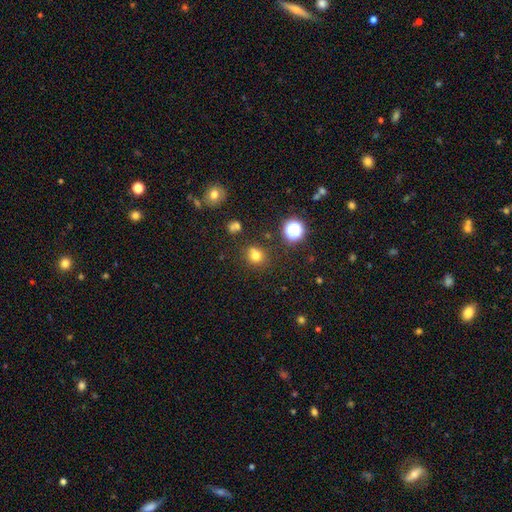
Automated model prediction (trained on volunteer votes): Smooth or featured? Predicted: smooth (p=0.72). How rounded? Predicted: round (p=0.81). Merging? Predicted: none (p=0.74).